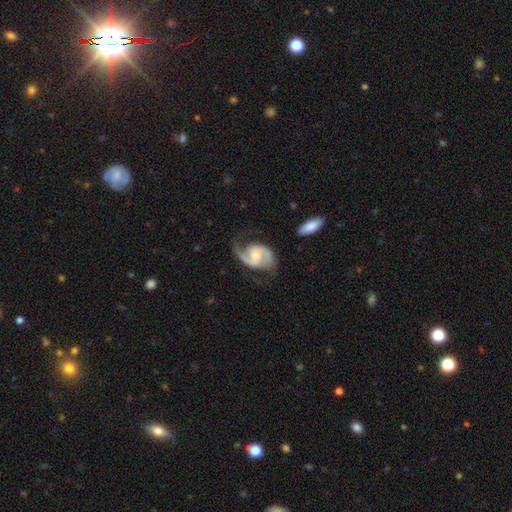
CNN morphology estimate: A featured or disk galaxy (87%) with a weak bar (46%), 2 (81%) medium (54%) spiral arms (97%) and a moderate central bulge (48%). Merging: none (61%).